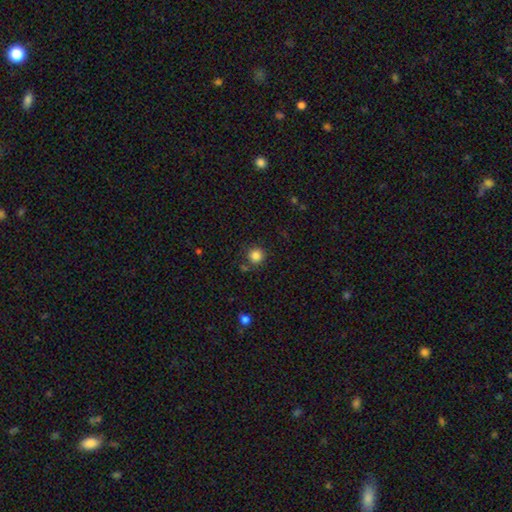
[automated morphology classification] A smooth galaxy with no disk features (84%) that is round (94%). Merging: none (82%).